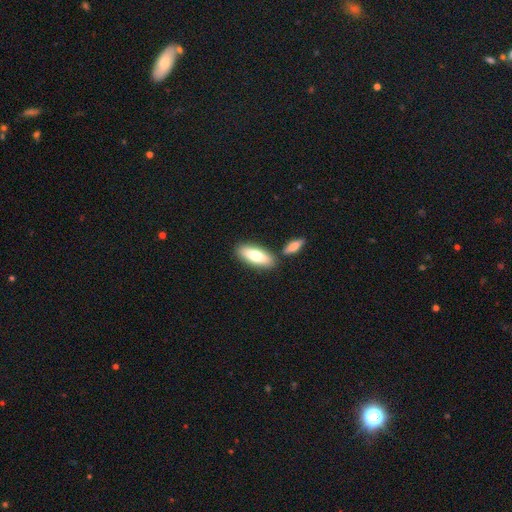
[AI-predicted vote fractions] Smooth or featured? Predicted: smooth (p=0.72). How rounded? Predicted: in between (p=0.72). Merging? Predicted: none (p=0.76).